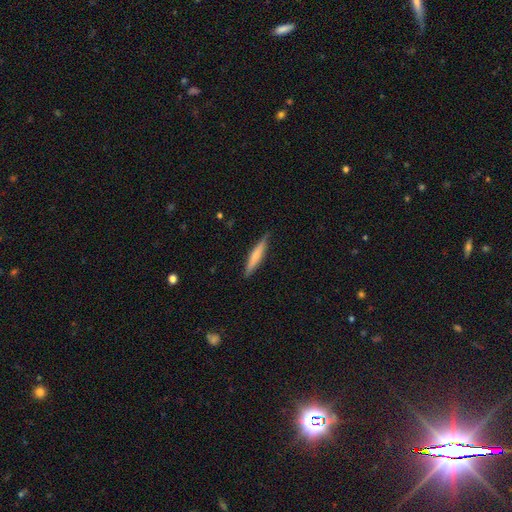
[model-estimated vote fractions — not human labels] Smooth or featured? Predicted: smooth (p=0.61). How rounded? Predicted: cigar-shaped (p=0.91). Merging? Predicted: none (p=0.87).